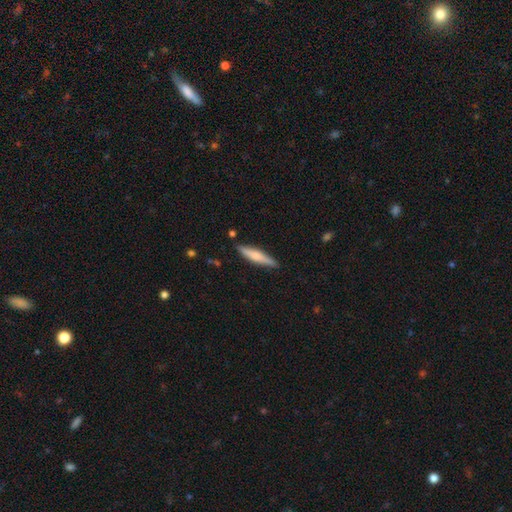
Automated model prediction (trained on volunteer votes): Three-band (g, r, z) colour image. It shows a smooth galaxy with no disk features (55%) that is cigar-shaped (87%). Merging: none (87%).